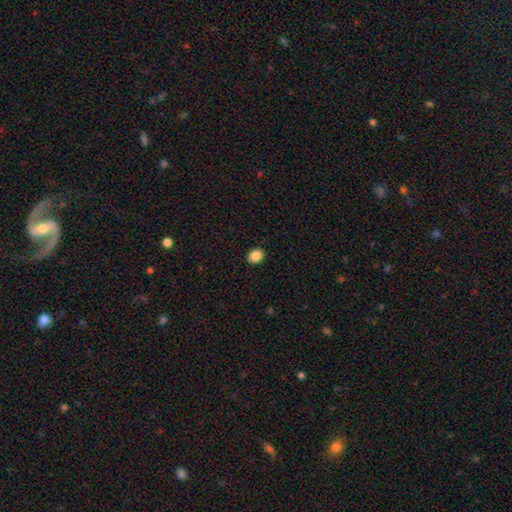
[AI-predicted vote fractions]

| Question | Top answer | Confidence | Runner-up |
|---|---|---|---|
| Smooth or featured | smooth | 87% | star or artifact (9%) |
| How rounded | round | 55% | in between (44%) |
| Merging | none | 91% | minor disturbance (6%) |